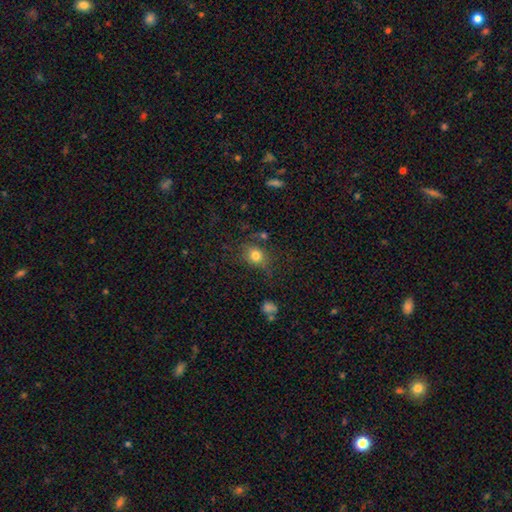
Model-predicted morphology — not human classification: Smooth or featured? smooth (78%)
How rounded? round (68%)
Merging? none (70%)